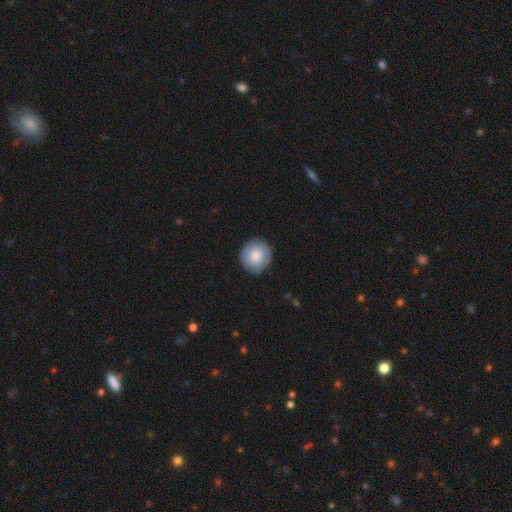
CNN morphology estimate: A smooth galaxy with no disk features (76%) that is round (91%). Merging: none (85%).